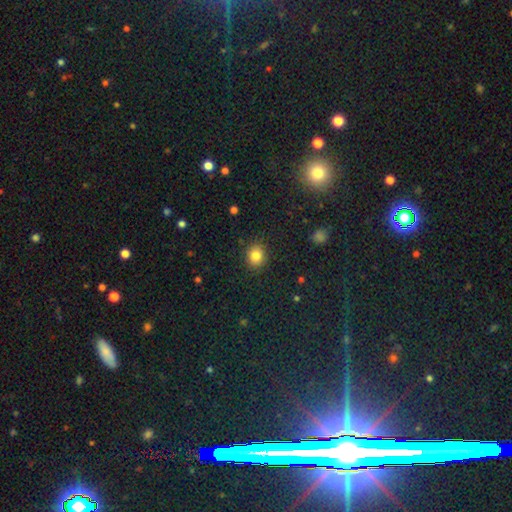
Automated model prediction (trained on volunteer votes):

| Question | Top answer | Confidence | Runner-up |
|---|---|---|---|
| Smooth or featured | smooth | 83% | star or artifact (11%) |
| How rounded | round | 69% | in between (30%) |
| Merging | none | 88% | minor disturbance (8%) |